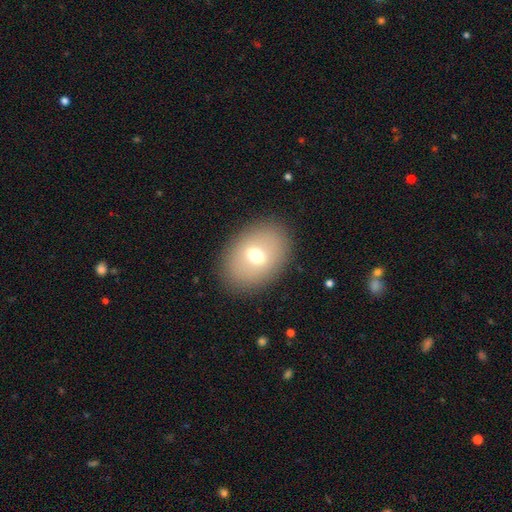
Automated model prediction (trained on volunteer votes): A smooth galaxy with no disk features (65%) that is in between round and cigar-shaped (70%).

Vote fractions:
- Smooth or featured? smooth: 65% / featured or disk: 24% / star or artifact: 11%
- How rounded? in between: 70% / round: 29% / cigar-shaped: 1%
- Merging? none: 87% / minor disturbance: 8% / major disturbance: 4% / merger: 1%